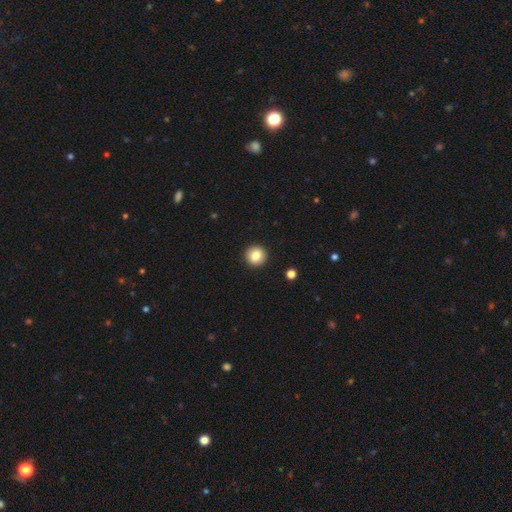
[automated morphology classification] smooth_or_featured: smooth (p=0.83) [alt: star or artifact p=0.09]
how_rounded: round (p=0.94) [alt: in between p=0.05]
merging: none (p=0.93) [alt: minor disturbance p=0.04]